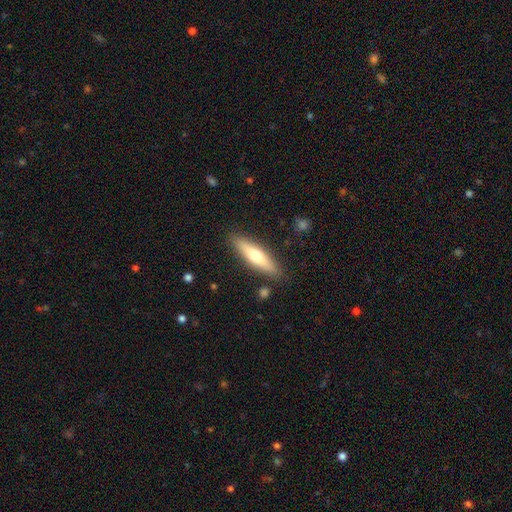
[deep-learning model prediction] smooth-or-featured: smooth: 56% | featured or disk: 38% | star or artifact: 6%
  how-rounded: cigar-shaped: 73% | in between: 25% | round: 2%
  merging: none: 87% | minor disturbance: 9% | major disturbance: 2% | merger: 2%